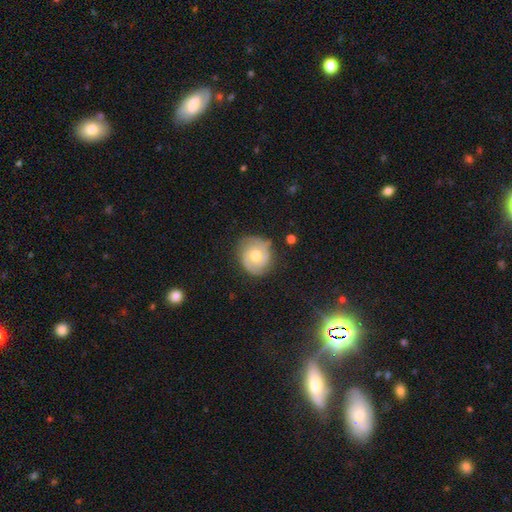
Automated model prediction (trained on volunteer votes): Smooth or featured? Predicted: featured or disk (p=0.71). Edge-on disk? Predicted: no (p=0.98). Bar? Predicted: no (p=0.67). Spiral arms? Predicted: yes (p=0.91). Spiral winding? Predicted: tight (p=0.56). Spiral arm count? Predicted: 2 (p=0.75). Bulge size? Predicted: moderate (p=0.73). Merging? Predicted: none (p=0.78).